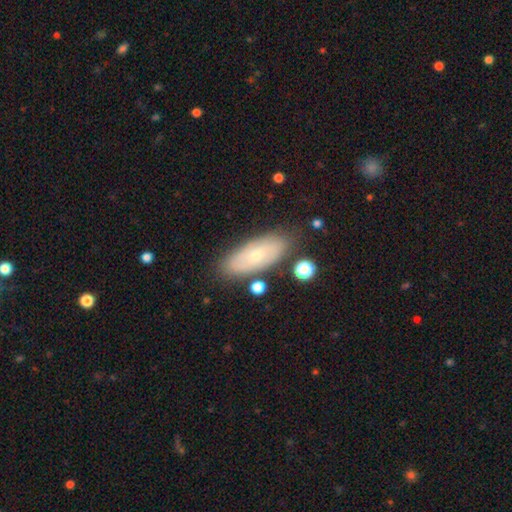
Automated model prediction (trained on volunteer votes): smooth-or-featured: smooth: 53% | featured or disk: 39% | star or artifact: 7%
  how-rounded: in between: 81% | cigar-shaped: 15% | round: 3%
  merging: none: 80% | minor disturbance: 13% | merger: 3% | major disturbance: 3%